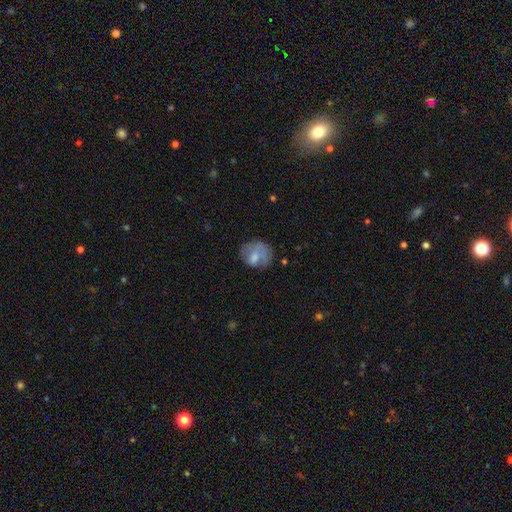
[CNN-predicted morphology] A smooth galaxy with no disk features (65%) that is round (64%).

Vote fractions:
- Smooth or featured? smooth: 65% / featured or disk: 26% / star or artifact: 9%
- How rounded? round: 64% / in between: 35% / cigar-shaped: 1%
- Merging? none: 48% / minor disturbance: 27% / major disturbance: 21% / merger: 4%